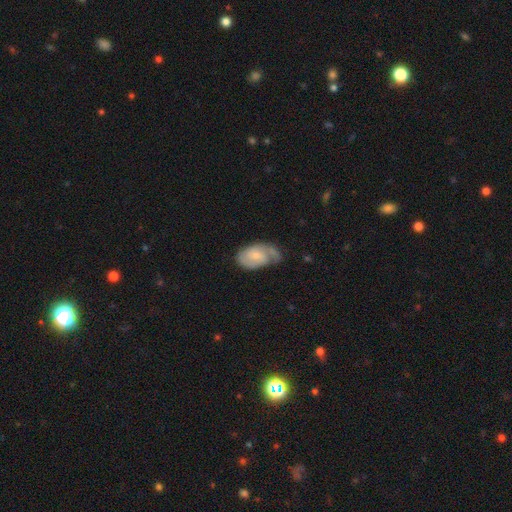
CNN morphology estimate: type=featured or disk (64%); edge-on=no (96%); bar=no (52%); spiral arms=yes (90%); winding=tight (42%); arm count=2 (53%); bulge=small (57%); merging=none (50%).